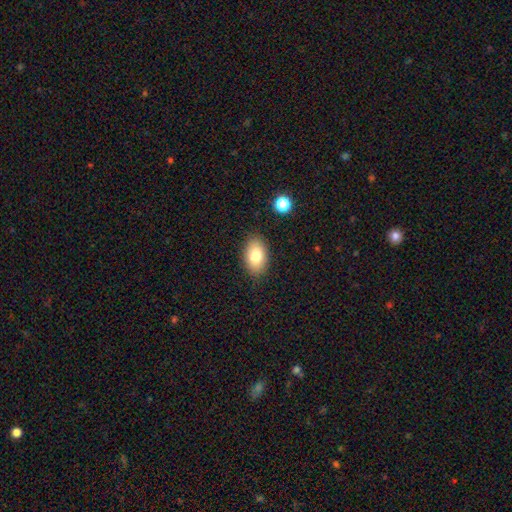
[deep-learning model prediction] The model was most divided on "smooth or featured": smooth: 80%, featured or disk: 12%, star or artifact: 8%. More confident: how rounded — in between (91%); merging — none (87%).